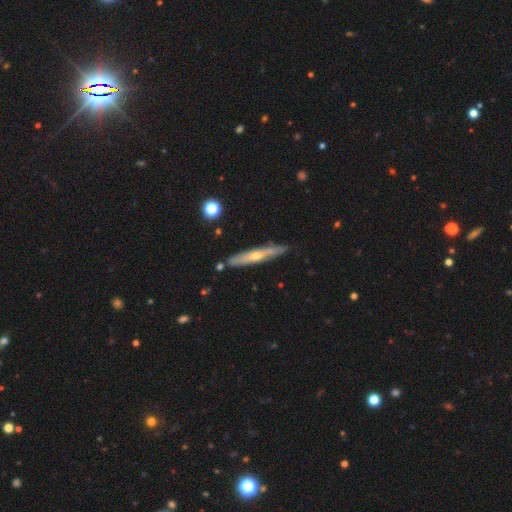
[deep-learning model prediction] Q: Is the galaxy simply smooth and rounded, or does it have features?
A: featured or disk — 60%.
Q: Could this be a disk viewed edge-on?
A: yes — 88%.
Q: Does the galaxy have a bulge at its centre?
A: rounded — 76%.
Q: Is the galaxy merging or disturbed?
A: none — 85%.